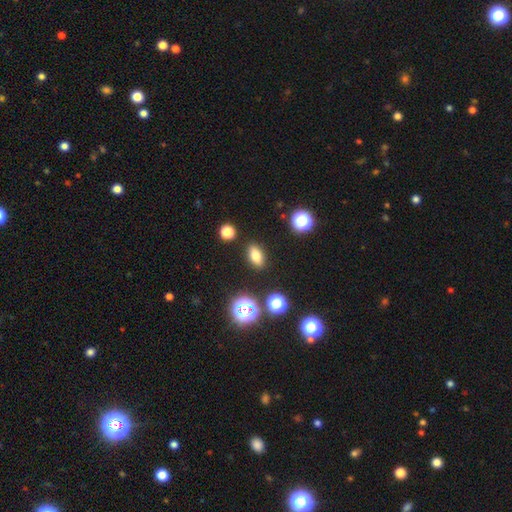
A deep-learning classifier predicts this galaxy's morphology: This appears to be a smooth galaxy with no disk features (76%) that is in between round and cigar-shaped (82%). Merging: none (88%).